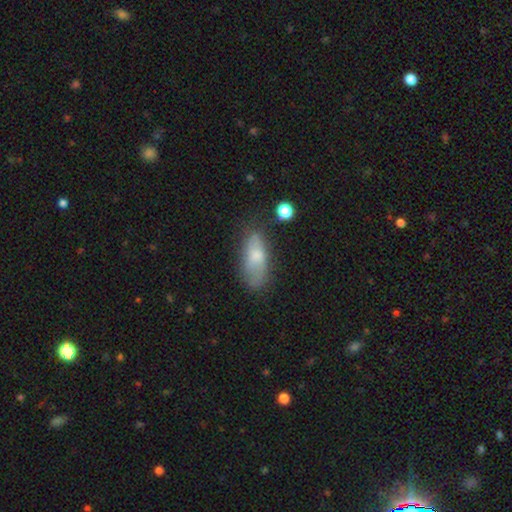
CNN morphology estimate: The model was most divided on "merging": none: 56%, minor disturbance: 29%, major disturbance: 11%, merger: 4%. More confident: how rounded — in between (81%); smooth or featured — smooth (64%).